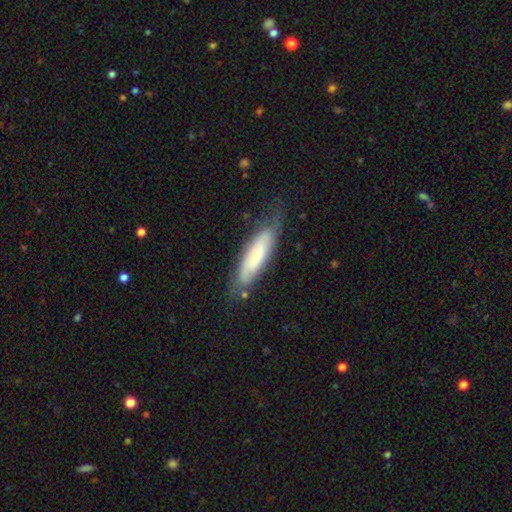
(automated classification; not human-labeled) A smooth galaxy with no disk features (57%) that is cigar-shaped (61%). Merging: none (64%).